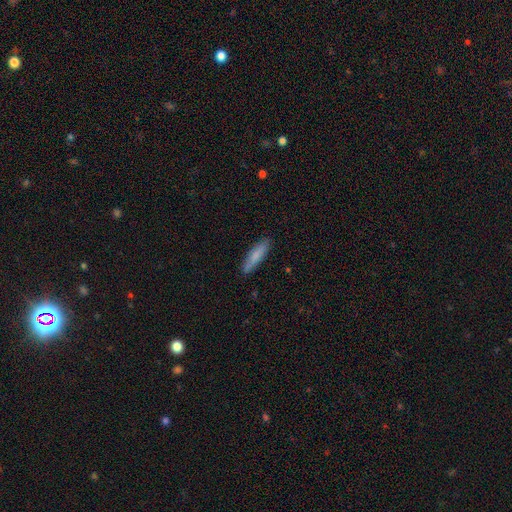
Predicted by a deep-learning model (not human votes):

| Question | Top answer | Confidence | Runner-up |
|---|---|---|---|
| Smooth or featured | smooth | 79% | featured or disk (15%) |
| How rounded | cigar-shaped | 75% | in between (23%) |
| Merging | none | 86% | minor disturbance (11%) |